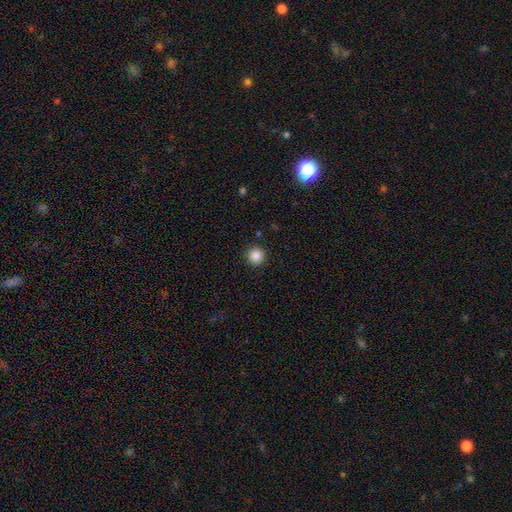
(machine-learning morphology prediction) Smooth or featured? smooth (86%)
How rounded? round (95%)
Merging? none (92%)